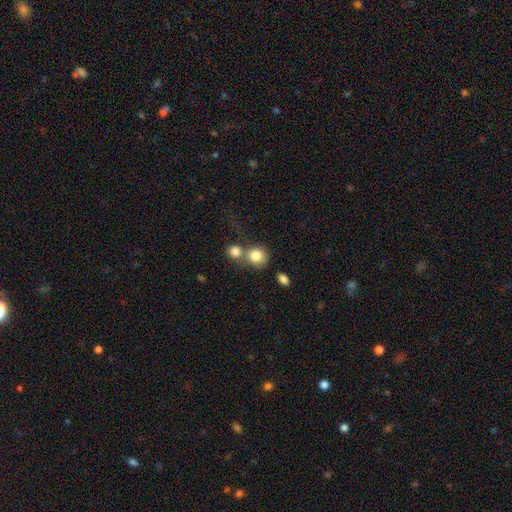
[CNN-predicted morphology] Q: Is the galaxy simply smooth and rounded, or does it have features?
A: smooth — 82%.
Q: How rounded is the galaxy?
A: round — 77%.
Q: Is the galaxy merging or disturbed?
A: merger — 48%.